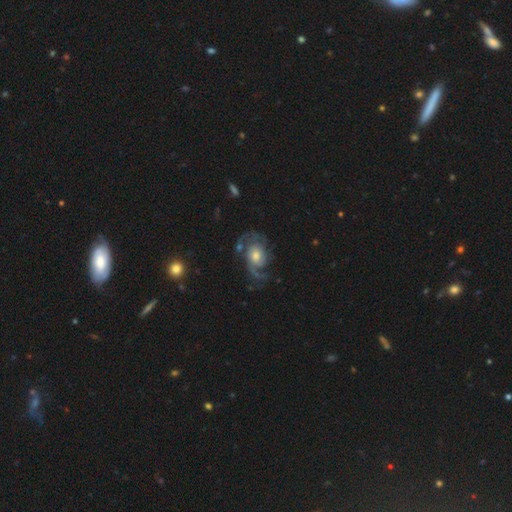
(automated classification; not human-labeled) A featured or disk galaxy (85%) with no bar (71%), 2 (61%) medium (47%) spiral arms (95%) and a moderate central bulge (61%).

Vote fractions:
- Smooth or featured? featured or disk: 85% / smooth: 9% / star or artifact: 6%
- Edge-on disk? no: 97% / yes: 3%
- Bar? no: 71% / weak: 24% / strong: 4%
- Spiral arms? yes: 95% / no: 5%
- Spiral winding? medium: 47% / tight: 30% / loose: 23%
- Spiral arm count? 2: 61% / 3: 14% / can't tell: 12% / 1: 7% / 4: 4% / more than 4: 3%
- Bulge size? moderate: 61% / small: 18% / large: 17% / none: 2% / dominant: 2%
- Merging? none: 62% / minor disturbance: 19% / major disturbance: 16% / merger: 3%